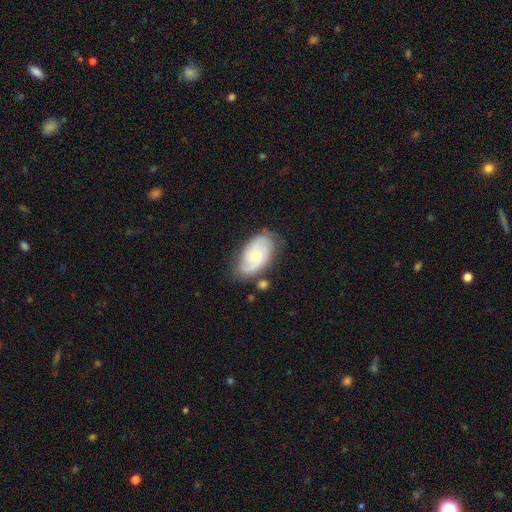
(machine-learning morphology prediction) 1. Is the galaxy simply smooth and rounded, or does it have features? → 71% featured or disk, 23% smooth, 6% star or artifact.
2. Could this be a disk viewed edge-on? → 95% no, 5% yes.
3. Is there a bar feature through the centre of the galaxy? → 64% no, 32% weak, 5% strong.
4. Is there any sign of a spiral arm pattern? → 92% yes, 8% no.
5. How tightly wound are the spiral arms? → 42% medium, 41% tight, 17% loose.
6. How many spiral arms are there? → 61% 2, 20% can't tell, 10% 3, 5% 1, 2% 4, 2% more than 4.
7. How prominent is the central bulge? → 51% small, 44% moderate, 2% large, 2% none, 1% dominant.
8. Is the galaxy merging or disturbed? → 71% none, 20% minor disturbance, 6% major disturbance, 4% merger.